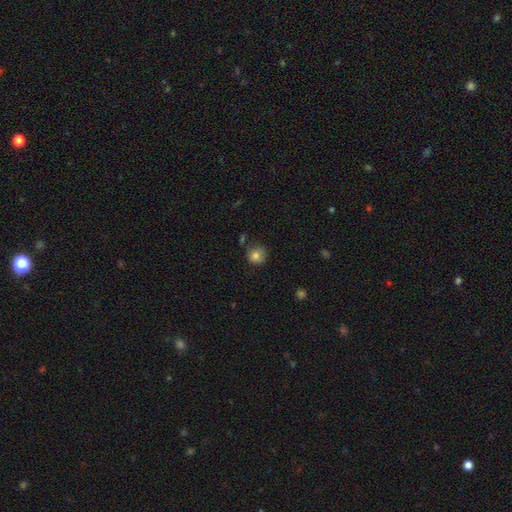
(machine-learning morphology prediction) smooth_or_featured: smooth (p=0.81) [alt: star or artifact p=0.10]
how_rounded: round (p=0.89) [alt: in between p=0.11]
merging: none (p=0.71) [alt: minor disturbance p=0.19]